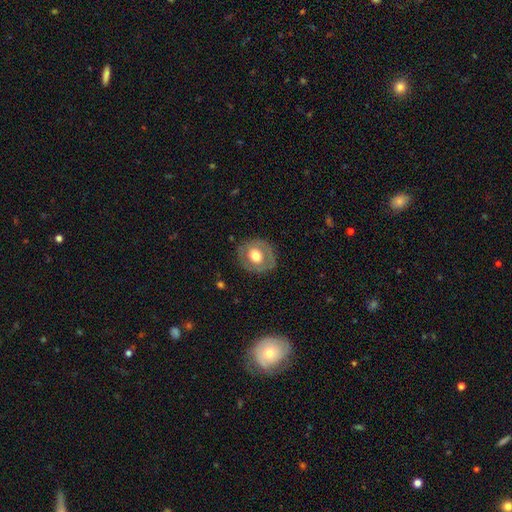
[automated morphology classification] type=smooth (50%); roundness=round (71%); merging=none (80%).